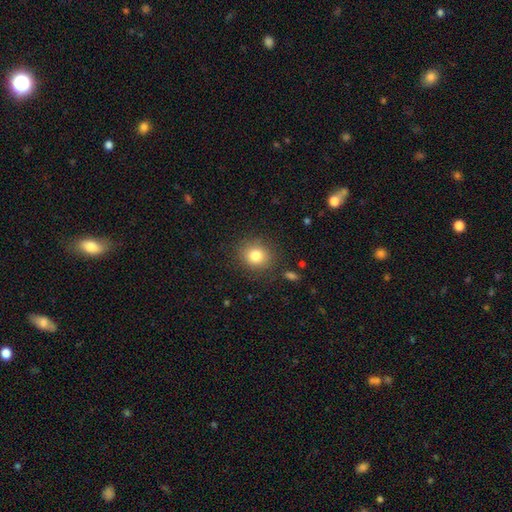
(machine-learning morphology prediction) type=smooth (81%); roundness=round (77%); merging=none (86%).